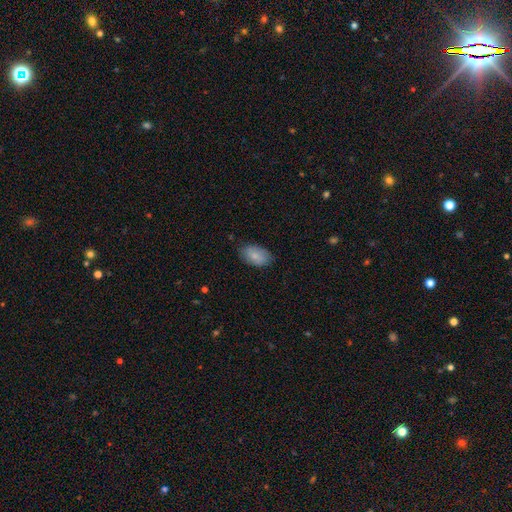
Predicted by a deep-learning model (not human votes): Smooth or featured?
  - smooth: 81% *
  - featured or disk: 13%
  - star or artifact: 6%
How rounded?
  - in between: 92% *
  - round: 6%
  - cigar-shaped: 1%
Merging?
  - none: 78% *
  - minor disturbance: 17%
  - major disturbance: 3%
  - merger: 1%